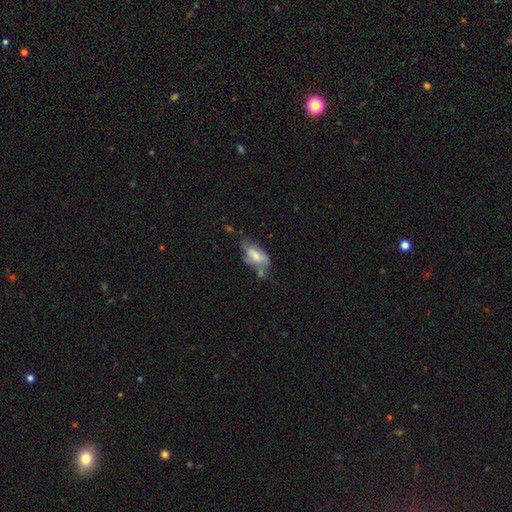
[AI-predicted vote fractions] Smooth or featured?
  - smooth: 55% *
  - featured or disk: 38%
  - star or artifact: 8%
How rounded?
  - in between: 89% *
  - cigar-shaped: 7%
  - round: 5%
Merging?
  - none: 36% *
  - minor disturbance: 31%
  - major disturbance: 19%
  - merger: 14%